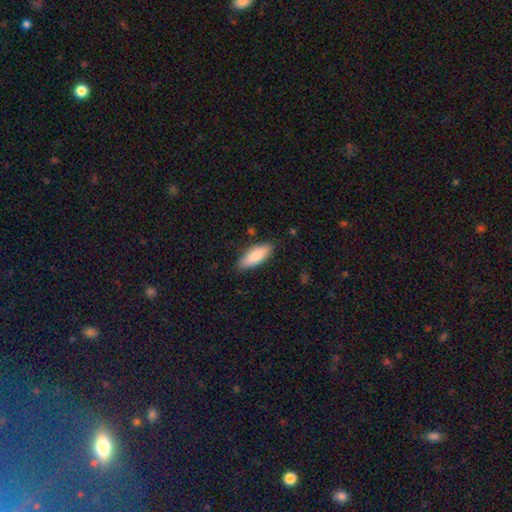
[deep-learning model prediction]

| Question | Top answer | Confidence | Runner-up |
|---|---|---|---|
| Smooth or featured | smooth | 83% | featured or disk (12%) |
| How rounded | in between | 69% | cigar-shaped (29%) |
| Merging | none | 83% | minor disturbance (14%) |